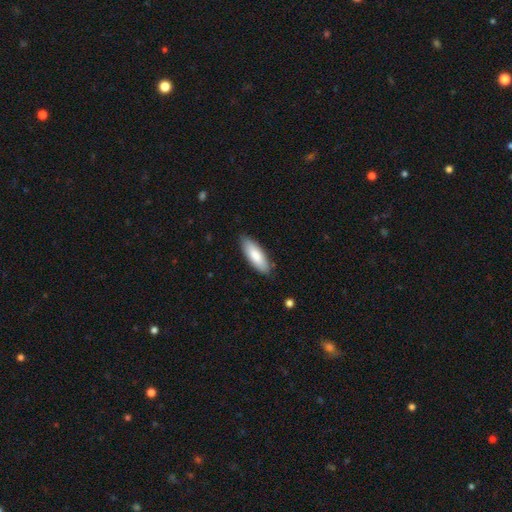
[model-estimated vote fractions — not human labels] A smooth galaxy with no disk features (82%) that is in between round and cigar-shaped (65%).

Vote fractions:
- Smooth or featured? smooth: 82% / featured or disk: 13% / star or artifact: 5%
- How rounded? in between: 65% / cigar-shaped: 34% / round: 1%
- Merging? none: 85% / minor disturbance: 12% / major disturbance: 2% / merger: 1%